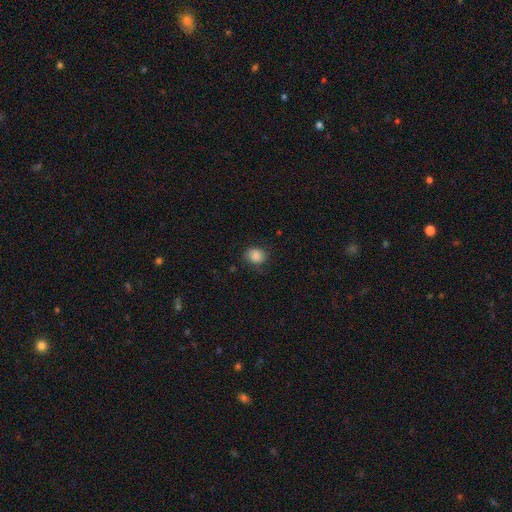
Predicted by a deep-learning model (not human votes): Smooth or featured? smooth (83%)
How rounded? round (63%)
Merging? none (72%)